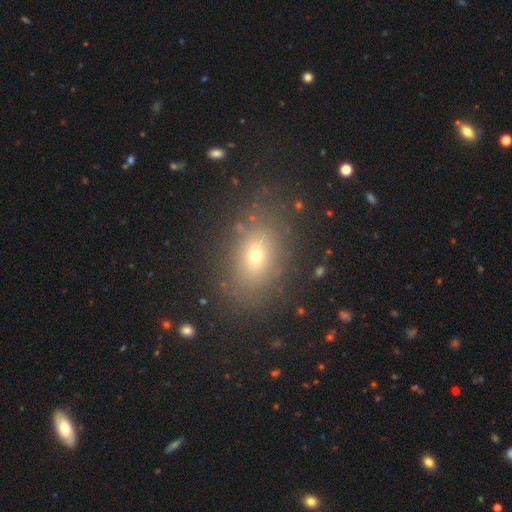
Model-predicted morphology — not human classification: This is likely a smooth galaxy (63%). How rounded: likely in between (75%). Merging: clearly none (81%).